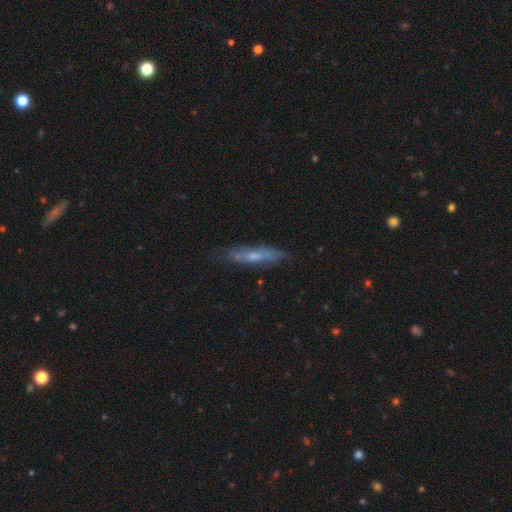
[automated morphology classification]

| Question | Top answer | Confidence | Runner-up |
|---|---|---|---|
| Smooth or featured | featured or disk | 48% | smooth (45%) |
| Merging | none | 68% | minor disturbance (23%) |